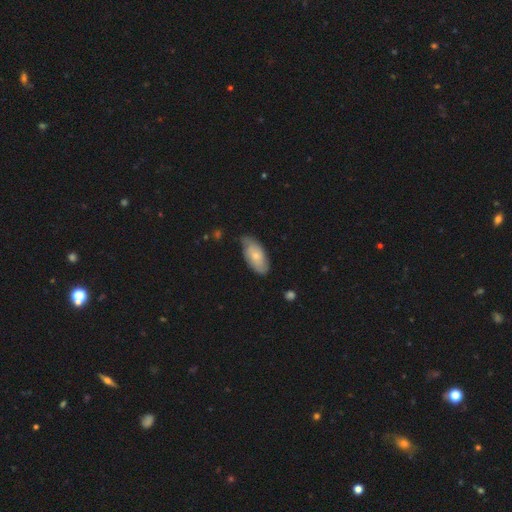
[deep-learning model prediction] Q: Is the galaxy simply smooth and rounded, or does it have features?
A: smooth — 57%.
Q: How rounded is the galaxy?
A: in between — 91%.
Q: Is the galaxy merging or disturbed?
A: none — 63%.